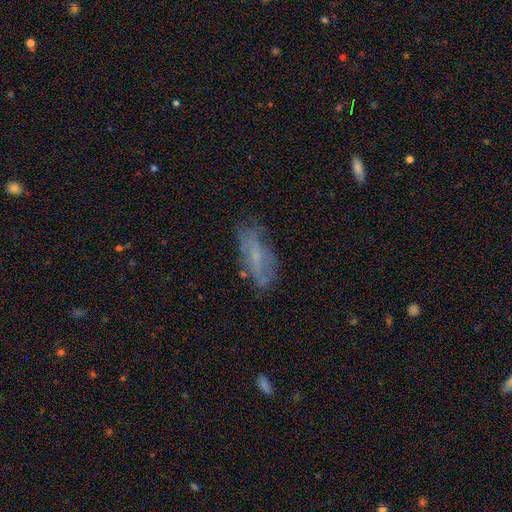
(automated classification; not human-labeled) This is possibly a featured or disk galaxy (46%). Merging: likely none (64%).